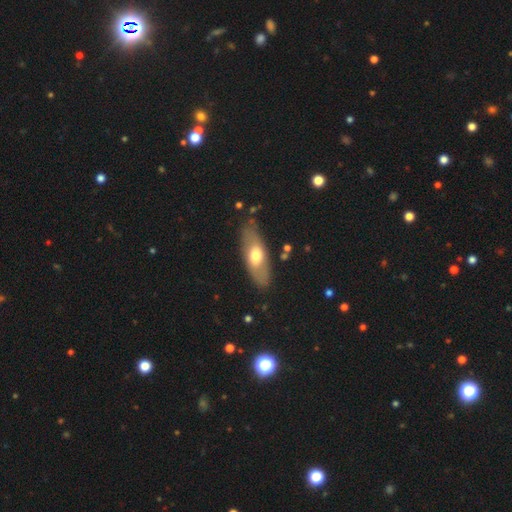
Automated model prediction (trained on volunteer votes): Smooth or featured? smooth (59%)
How rounded? in between (74%)
Merging? none (80%)